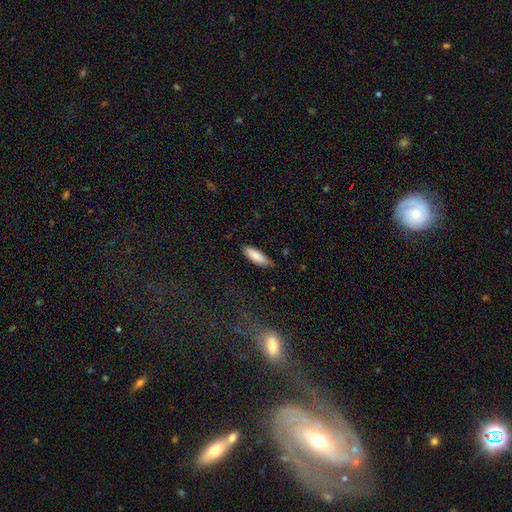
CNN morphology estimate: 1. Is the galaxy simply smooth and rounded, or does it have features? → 85% smooth, 9% featured or disk, 6% star or artifact.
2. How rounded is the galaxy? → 50% in between, 49% cigar-shaped, 1% round.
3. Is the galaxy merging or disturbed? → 80% none, 16% minor disturbance, 3% major disturbance, 1% merger.